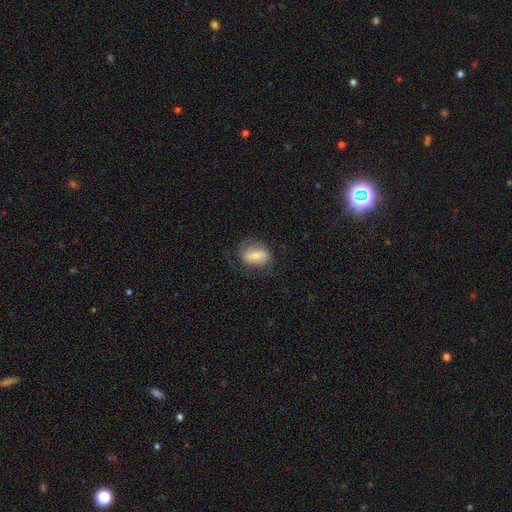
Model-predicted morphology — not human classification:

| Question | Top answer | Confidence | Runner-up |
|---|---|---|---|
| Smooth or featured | smooth | 51% | featured or disk (41%) |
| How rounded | in between | 74% | round (23%) |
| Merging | none | 61% | minor disturbance (23%) |